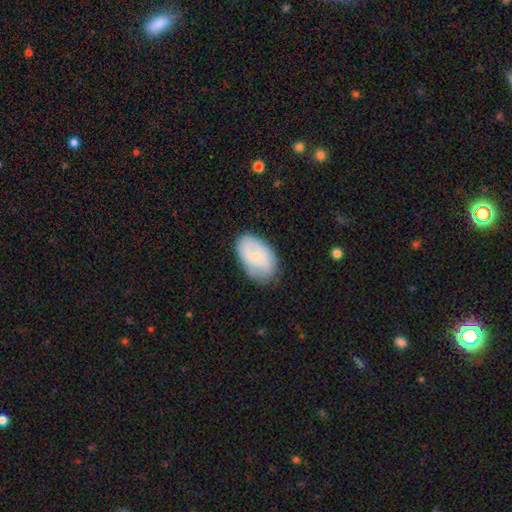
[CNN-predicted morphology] Smooth or featured? smooth (58%)
How rounded? in between (92%)
Merging? none (75%)